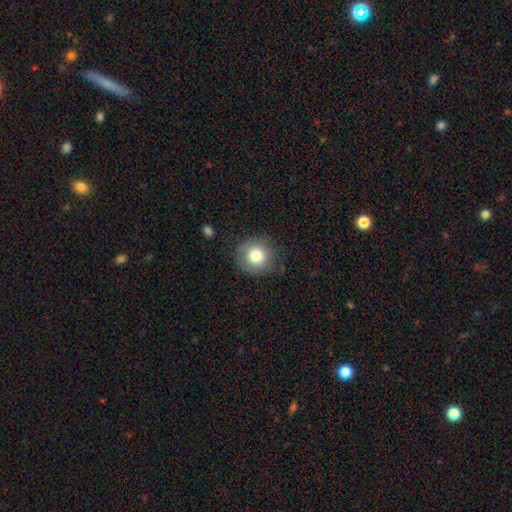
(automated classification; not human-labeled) Overall: smooth (78%). How rounded: round (93%). Merging: none (83%).